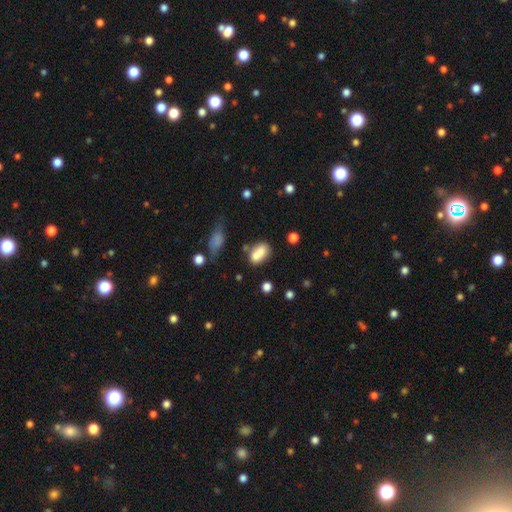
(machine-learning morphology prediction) Smooth or featured?
  - smooth: 75% *
  - featured or disk: 16%
  - star or artifact: 10%
How rounded?
  - in between: 81% *
  - round: 15%
  - cigar-shaped: 4%
Merging?
  - merger: 39% *
  - none: 38%
  - minor disturbance: 17%
  - major disturbance: 7%